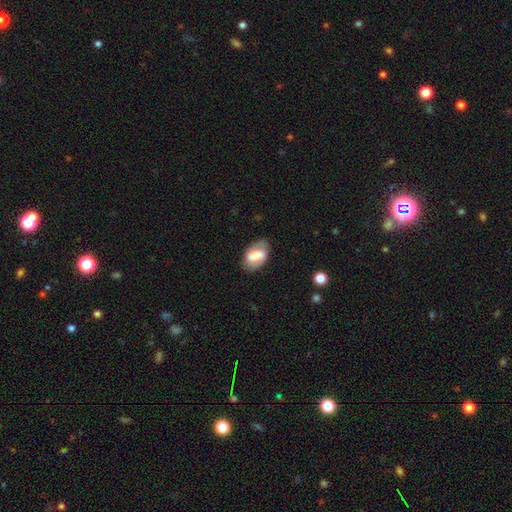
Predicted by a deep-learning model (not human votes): The model was most divided on "smooth or featured": featured or disk: 50%, smooth: 43%, star or artifact: 7%. More confident: merging — none (74%).